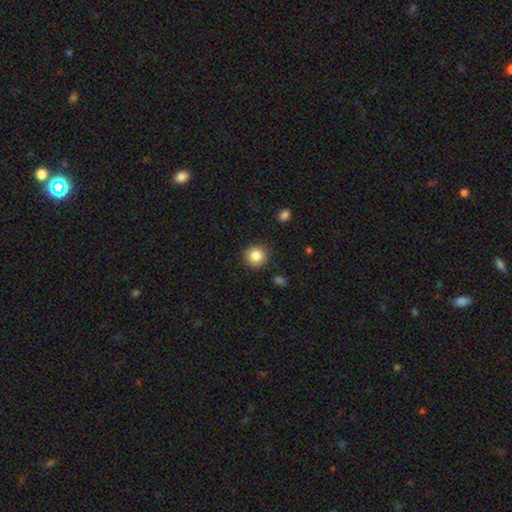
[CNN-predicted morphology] A smooth galaxy with no disk features (85%) that is round (93%).

Vote fractions:
- Smooth or featured? smooth: 85% / star or artifact: 10% / featured or disk: 5%
- How rounded? round: 93% / in between: 6% / cigar-shaped: 1%
- Merging? none: 90% / minor disturbance: 7% / major disturbance: 2% / merger: 1%